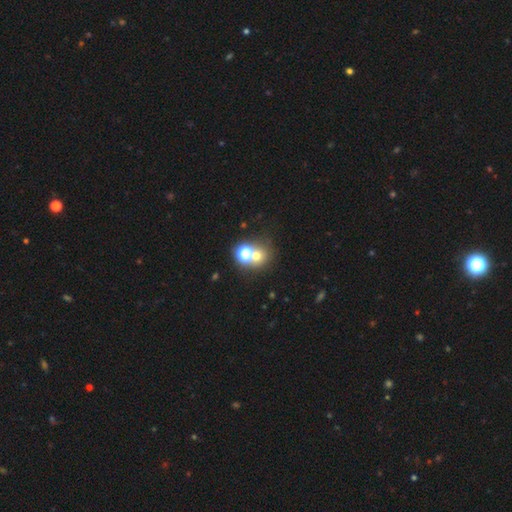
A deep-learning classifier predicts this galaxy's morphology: Smooth or featured? Predicted: smooth (p=0.60). How rounded? Predicted: round (p=0.80). Merging? Predicted: none (p=0.52).